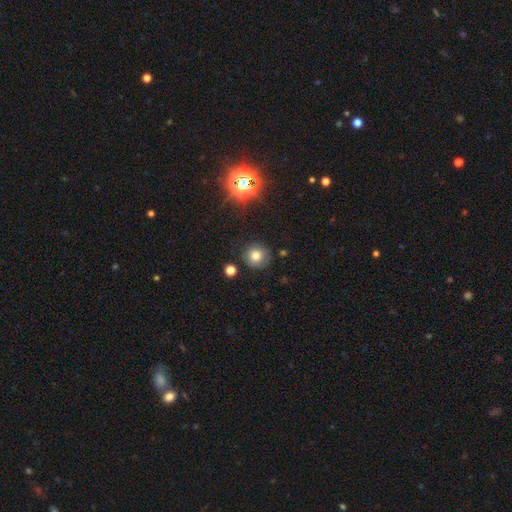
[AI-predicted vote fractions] A smooth galaxy with no disk features (75%) that is round (92%). Merging: none (85%).